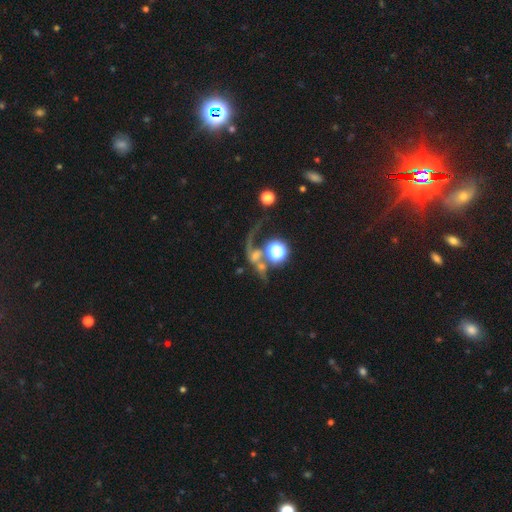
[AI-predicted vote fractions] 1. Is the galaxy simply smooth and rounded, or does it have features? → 51% featured or disk, 26% smooth, 23% star or artifact.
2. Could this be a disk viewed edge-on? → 90% no, 10% yes.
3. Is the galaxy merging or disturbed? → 34% merger, 27% major disturbance, 27% none, 11% minor disturbance.